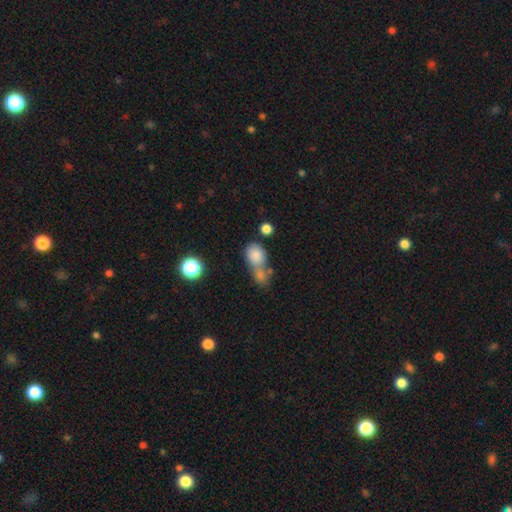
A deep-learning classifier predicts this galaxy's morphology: smooth-or-featured: smooth: 81% | star or artifact: 10% | featured or disk: 9%
  how-rounded: in between: 54% | round: 44% | cigar-shaped: 2%
  merging: merger: 55% | none: 29% | minor disturbance: 10% | major disturbance: 6%